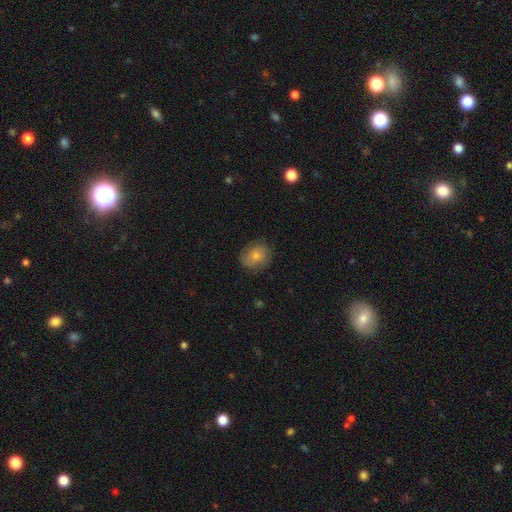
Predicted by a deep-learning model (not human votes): Smooth or featured? Predicted: smooth (p=0.72). How rounded? Predicted: round (p=0.72). Merging? Predicted: none (p=0.78).